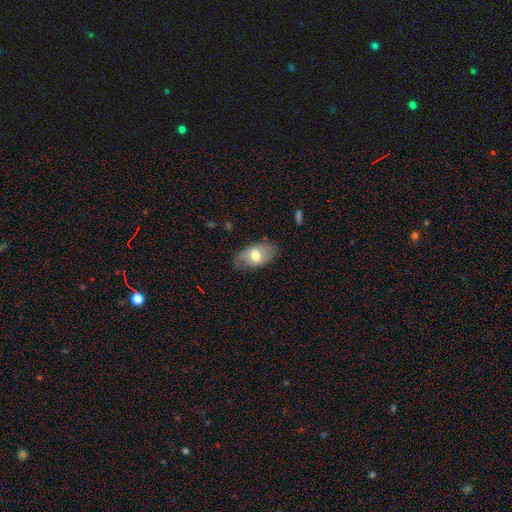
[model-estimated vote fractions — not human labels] This is likely a smooth galaxy (61%). How rounded: clearly in between (91%). Merging: likely none (71%).